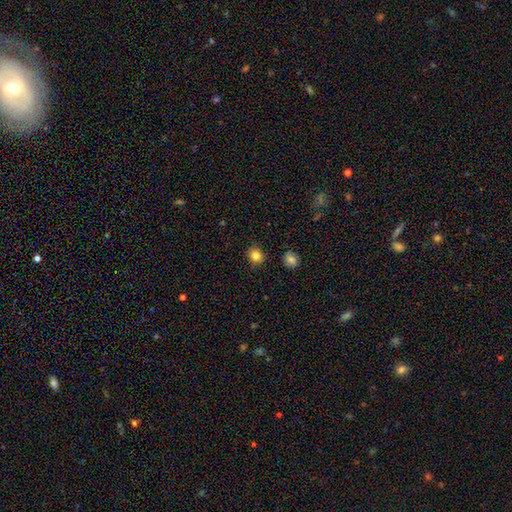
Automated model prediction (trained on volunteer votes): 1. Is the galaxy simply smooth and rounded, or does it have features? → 84% smooth, 11% star or artifact, 5% featured or disk.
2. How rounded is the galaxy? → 77% round, 22% in between, 1% cigar-shaped.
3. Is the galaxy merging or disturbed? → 87% none, 9% minor disturbance, 2% major disturbance, 2% merger.